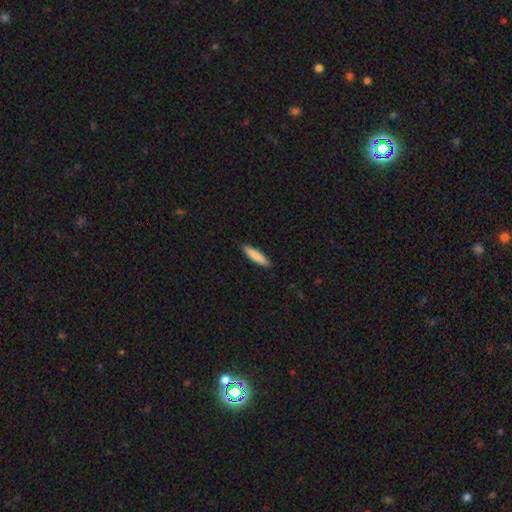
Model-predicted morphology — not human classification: smooth 82%, featured or disk 12%, star or artifact 5%. Down the decision tree: how rounded — cigar-shaped (82%); merging — none (90%).